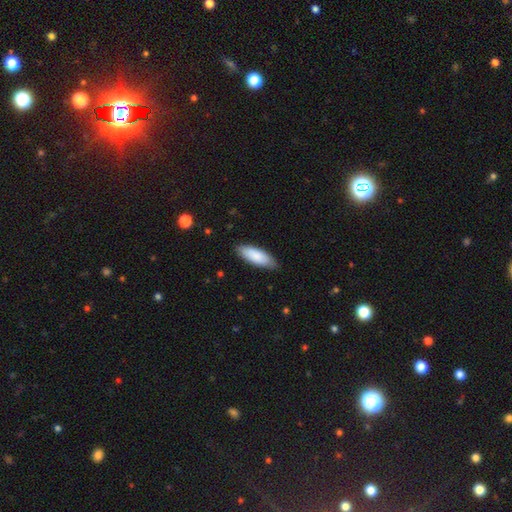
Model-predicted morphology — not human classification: smooth-or-featured: smooth: 85% | featured or disk: 9% | star or artifact: 5%
  how-rounded: in between: 67% | cigar-shaped: 32% | round: 1%
  merging: none: 85% | minor disturbance: 13% | major disturbance: 2% | merger: 1%